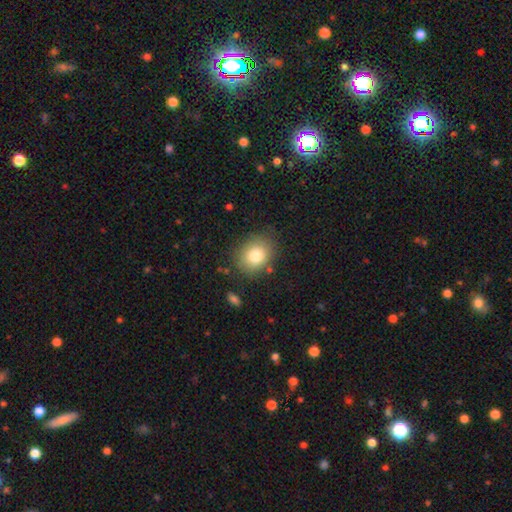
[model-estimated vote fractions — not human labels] This appears to be a smooth galaxy with no disk features (79%) that is round (56%). Merging: none (81%).